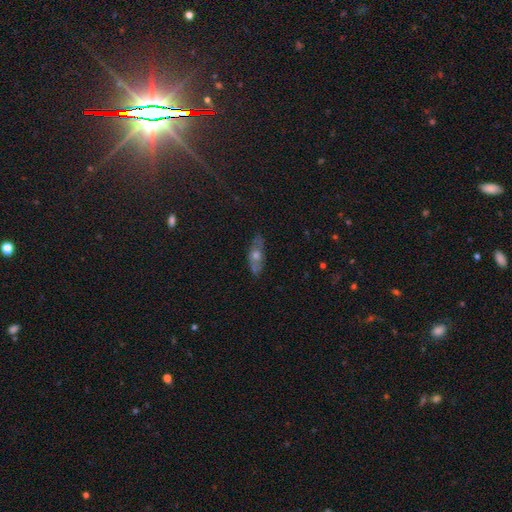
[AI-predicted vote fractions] Smooth or featured? featured or disk (53%)
Edge-on disk? no (57%)
Merging? none (83%)